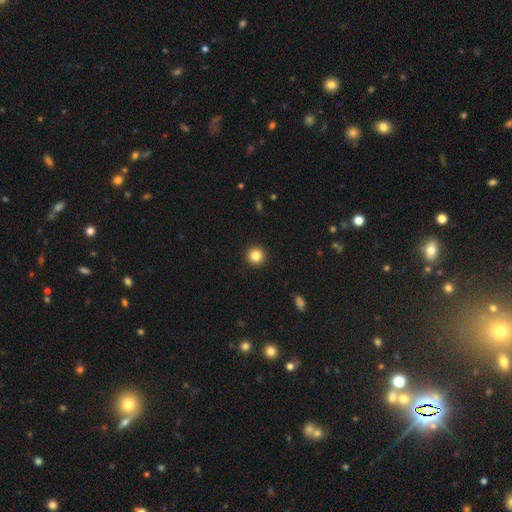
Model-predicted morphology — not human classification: Smooth or featured? smooth (84%)
How rounded? round (95%)
Merging? none (93%)